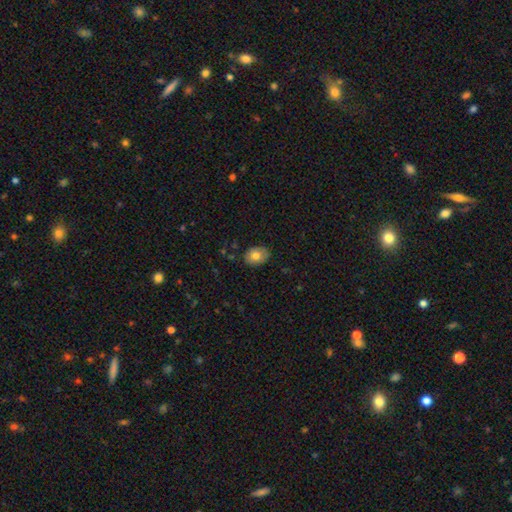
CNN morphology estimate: Q: Smooth or featured?
A: smooth (78%); runner-up: featured or disk (15%)
Q: How rounded?
A: in between (72%); runner-up: round (27%)
Q: Merging?
A: none (84%); runner-up: minor disturbance (13%)